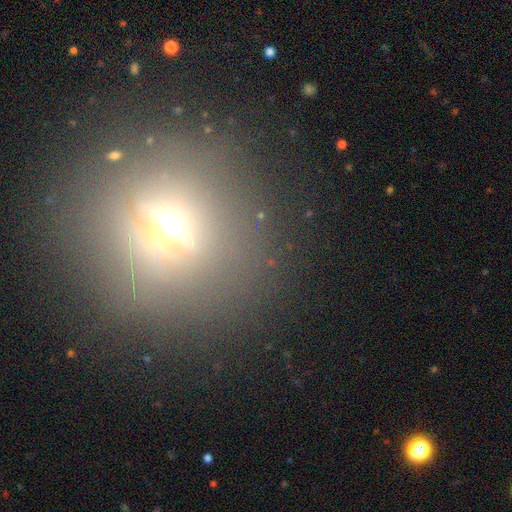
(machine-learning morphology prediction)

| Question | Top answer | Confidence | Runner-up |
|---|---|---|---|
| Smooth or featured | smooth | 44% | star or artifact (29%) |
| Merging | none | 83% | minor disturbance (9%) |